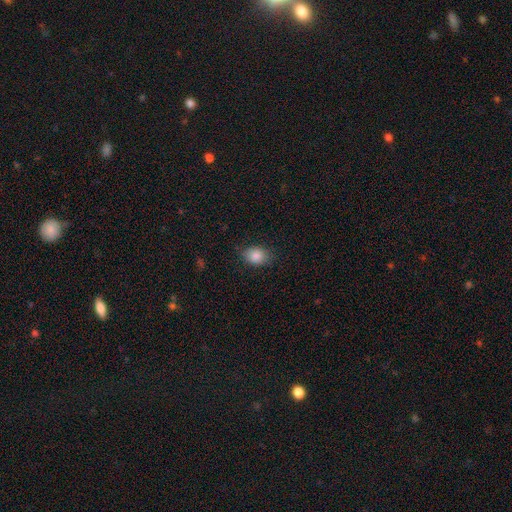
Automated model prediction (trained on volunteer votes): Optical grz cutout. It shows a smooth galaxy with no disk features (87%) that is in between round and cigar-shaped (63%). Merging: none (81%).